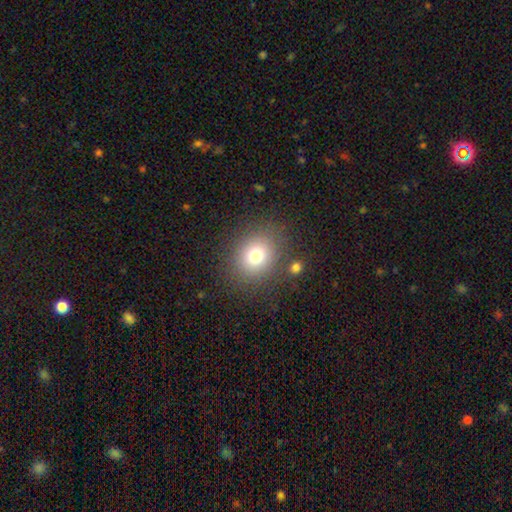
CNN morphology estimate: This is likely a smooth galaxy (76%). How rounded: likely round (68%). Merging: clearly none (81%).